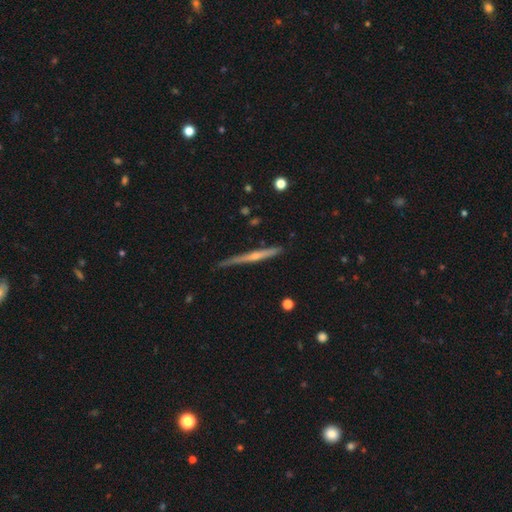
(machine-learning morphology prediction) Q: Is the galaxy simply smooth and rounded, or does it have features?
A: featured or disk — 70%.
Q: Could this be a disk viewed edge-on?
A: yes — 96%.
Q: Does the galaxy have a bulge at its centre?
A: rounded — 70%.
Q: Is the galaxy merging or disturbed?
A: none — 84%.